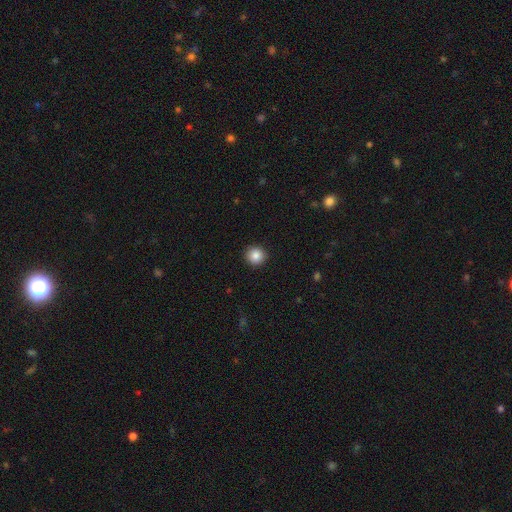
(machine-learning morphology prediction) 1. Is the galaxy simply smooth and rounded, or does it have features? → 86% smooth, 10% star or artifact, 4% featured or disk.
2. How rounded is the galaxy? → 94% round, 5% in between, 1% cigar-shaped.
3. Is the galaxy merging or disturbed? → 92% none, 5% minor disturbance, 2% major disturbance, 1% merger.